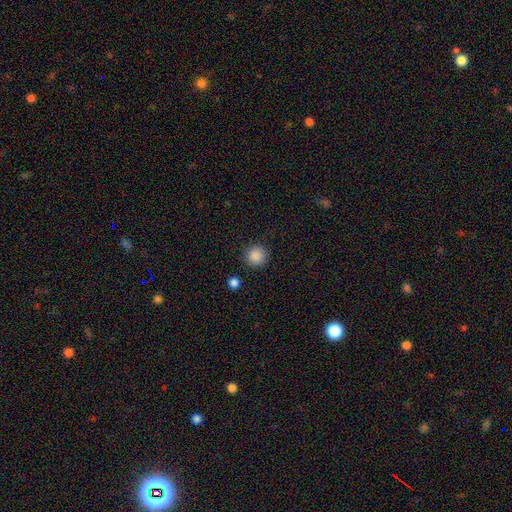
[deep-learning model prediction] smooth-or-featured: smooth: 87% | star or artifact: 10% | featured or disk: 3%
  how-rounded: round: 95% | in between: 4% | cigar-shaped: 1%
  merging: none: 90% | minor disturbance: 6% | major disturbance: 2% | merger: 2%